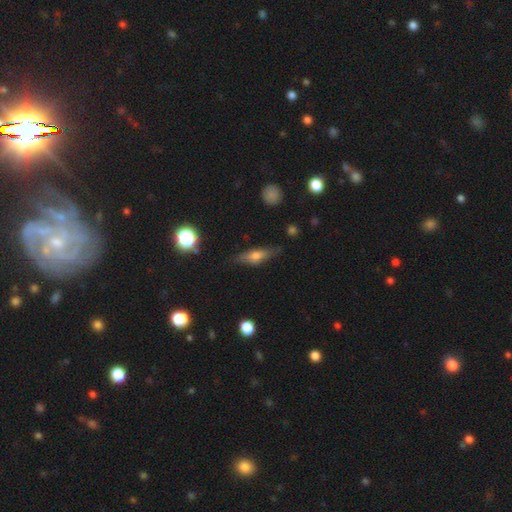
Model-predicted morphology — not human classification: This is possibly a smooth galaxy (52%). How rounded: possibly in between (48%). Merging: likely none (77%).